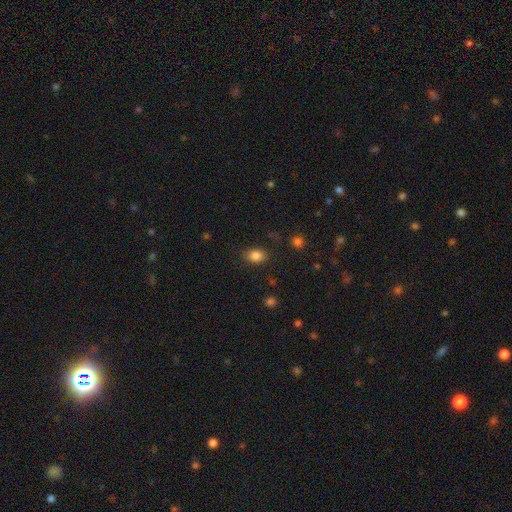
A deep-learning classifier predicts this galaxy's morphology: Overall: smooth (84%). How rounded: in between (76%). Merging: none (83%).